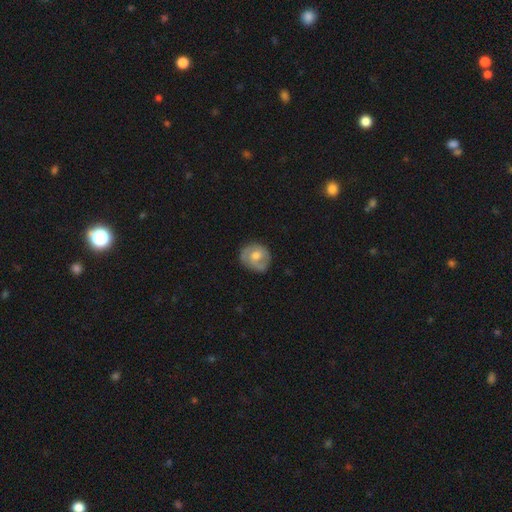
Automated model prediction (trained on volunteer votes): Q: Smooth or featured?
A: featured or disk (48%); runner-up: smooth (46%)
Q: Merging?
A: none (71%); runner-up: minor disturbance (21%)